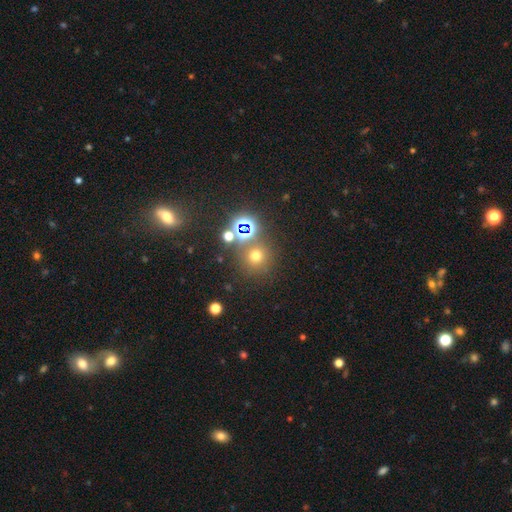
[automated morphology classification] Smooth or featured: smooth — 58% (star or artifact — 34%)
How rounded: round — 92% (in between — 7%)
Merging: none — 76% (merger — 12%)